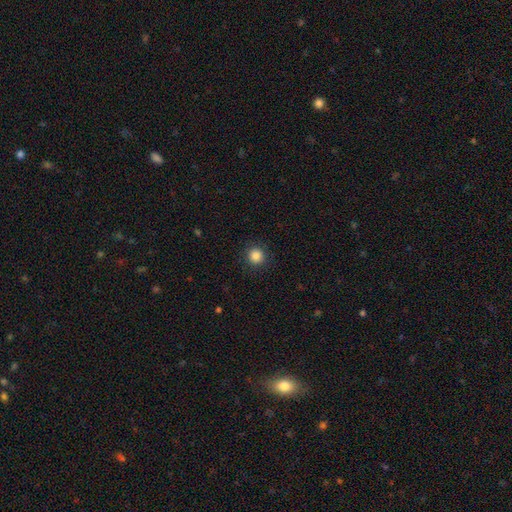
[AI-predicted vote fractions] Q: Smooth or featured?
A: smooth (85%); runner-up: star or artifact (11%)
Q: How rounded?
A: round (94%); runner-up: in between (5%)
Q: Merging?
A: none (91%); runner-up: minor disturbance (6%)